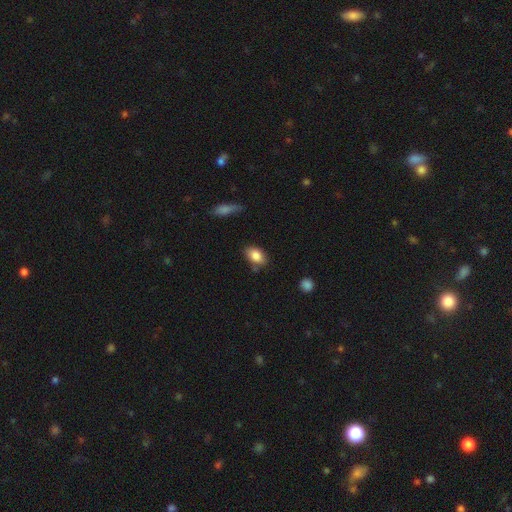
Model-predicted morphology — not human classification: This is clearly a smooth galaxy (86%). How rounded: clearly in between (87%). Merging: likely none (72%).